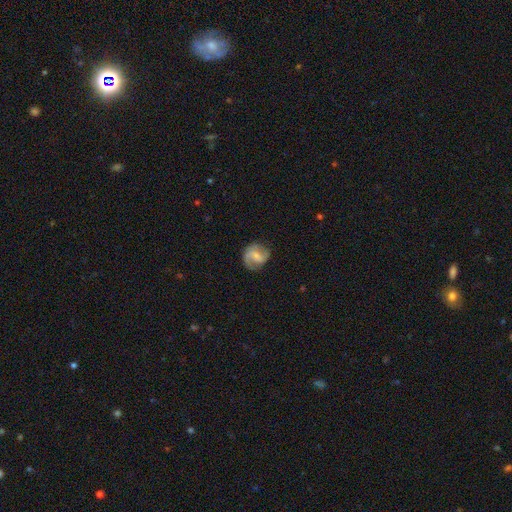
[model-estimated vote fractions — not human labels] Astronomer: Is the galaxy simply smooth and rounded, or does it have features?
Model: featured or disk — 64%.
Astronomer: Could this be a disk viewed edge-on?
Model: no — 97%.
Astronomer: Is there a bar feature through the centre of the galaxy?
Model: weak — 51%.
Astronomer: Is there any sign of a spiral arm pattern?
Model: yes — 90%.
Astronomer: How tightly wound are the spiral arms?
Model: medium — 46% (runner-up: loose, 31%).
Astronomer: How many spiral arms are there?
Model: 2 — 82%.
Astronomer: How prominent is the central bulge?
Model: small — 38% (runner-up: moderate, 31%).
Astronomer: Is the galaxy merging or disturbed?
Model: none — 75%.